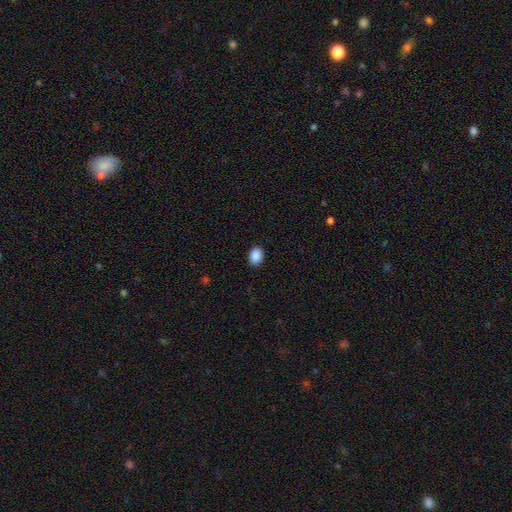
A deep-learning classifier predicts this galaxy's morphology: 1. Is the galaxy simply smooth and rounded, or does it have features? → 90% smooth, 8% star or artifact, 2% featured or disk.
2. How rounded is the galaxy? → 69% in between, 30% round, 1% cigar-shaped.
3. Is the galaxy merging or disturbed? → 90% none, 7% minor disturbance, 2% major disturbance, 1% merger.